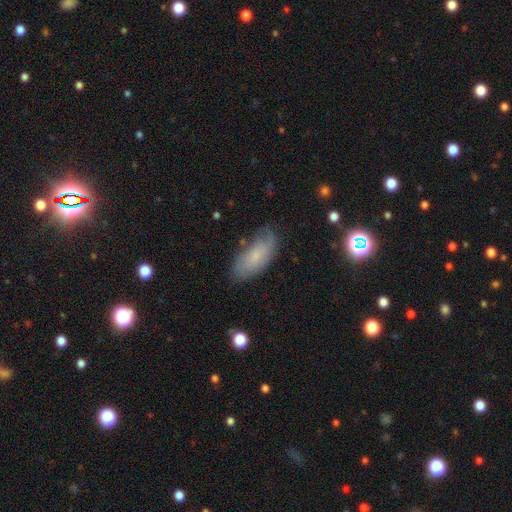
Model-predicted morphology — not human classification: Q: Smooth or featured?
A: smooth (64%); runner-up: featured or disk (27%)
Q: How rounded?
A: in between (86%); runner-up: cigar-shaped (11%)
Q: Merging?
A: none (68%); runner-up: minor disturbance (24%)